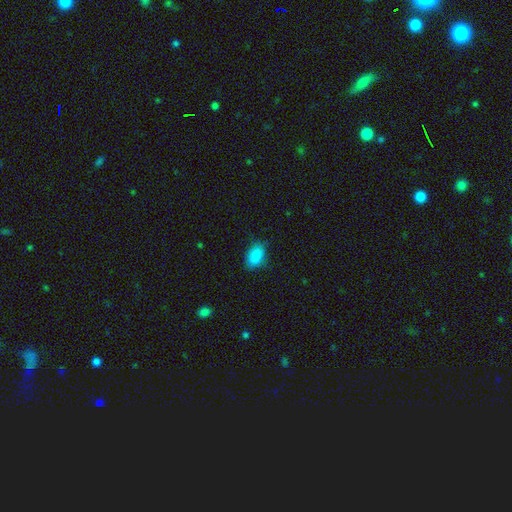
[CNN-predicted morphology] This is clearly a smooth galaxy (88%). How rounded: clearly in between (89%). Merging: likely none (77%).